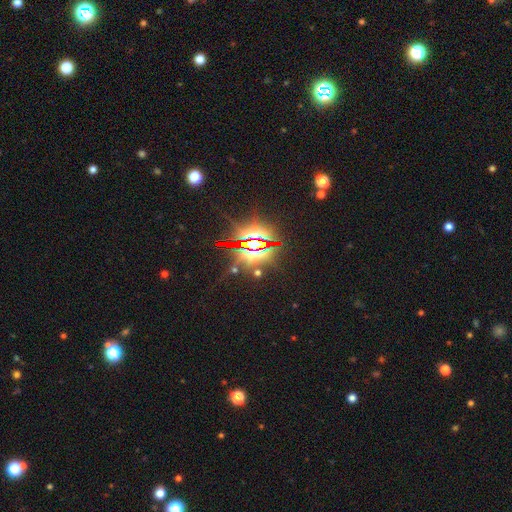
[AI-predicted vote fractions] The model was most divided on "smooth or featured": star or artifact: 85%, smooth: 7%, featured or disk: 7%.